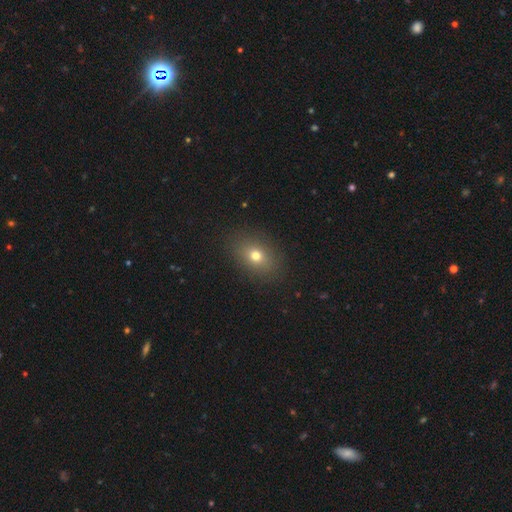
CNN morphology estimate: A smooth galaxy with no disk features (73%) that is in between round and cigar-shaped (69%). Merging: none (87%).